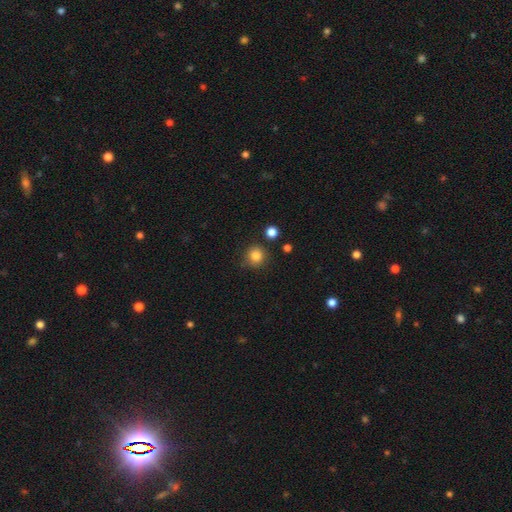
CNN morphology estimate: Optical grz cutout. It shows a smooth galaxy with no disk features (84%) that is round (92%). Merging: none (83%).